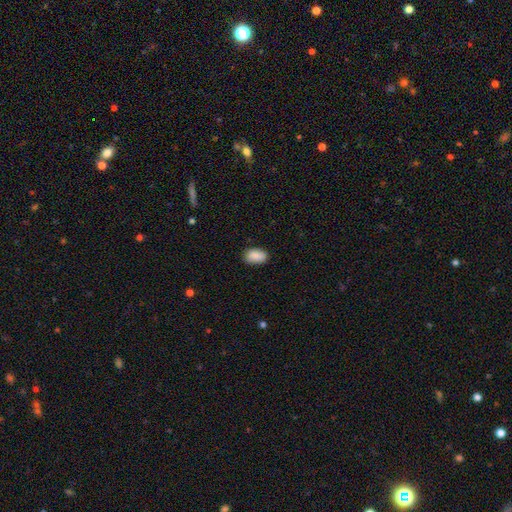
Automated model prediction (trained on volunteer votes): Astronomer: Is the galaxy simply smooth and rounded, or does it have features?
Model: smooth — 90%.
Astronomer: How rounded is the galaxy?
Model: in between — 90%.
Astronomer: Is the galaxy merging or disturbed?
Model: none — 86%.